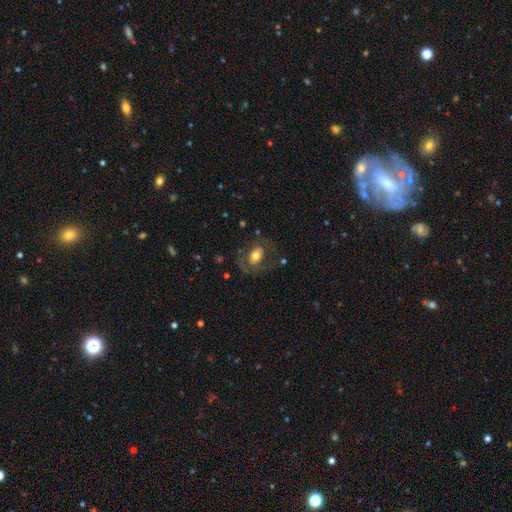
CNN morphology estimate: type=smooth (57%); roundness=in between (70%); merging=none (69%).